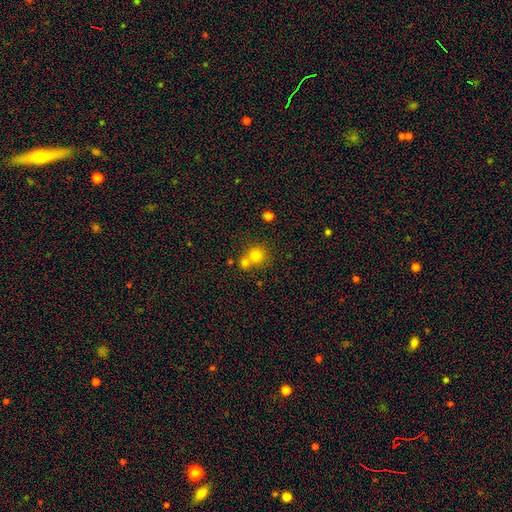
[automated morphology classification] type=smooth (77%); roundness=round (89%); merging=none (49%).